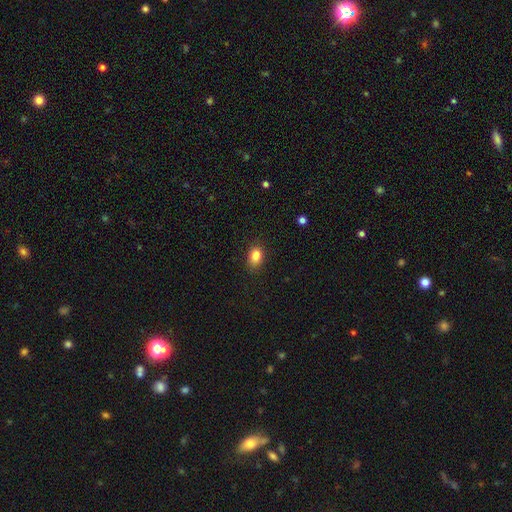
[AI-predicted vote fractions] Morphology: type=smooth (85%); roundness=in between (75%); merging=none (84%).